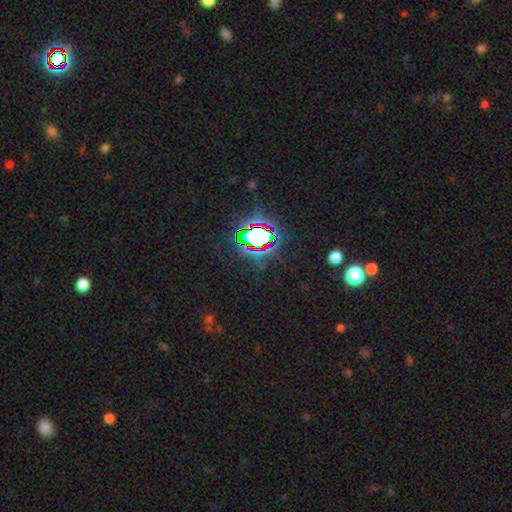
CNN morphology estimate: smooth_or_featured: star or artifact (p=0.80) [alt: smooth p=0.13]